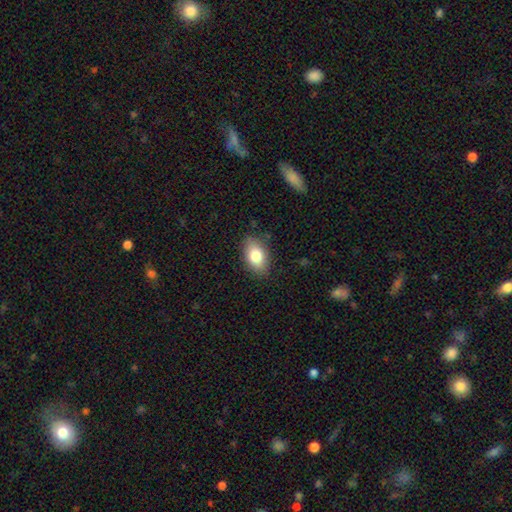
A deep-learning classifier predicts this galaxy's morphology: A smooth galaxy with no disk features (79%) that is in between round and cigar-shaped (88%). Merging: none (85%).